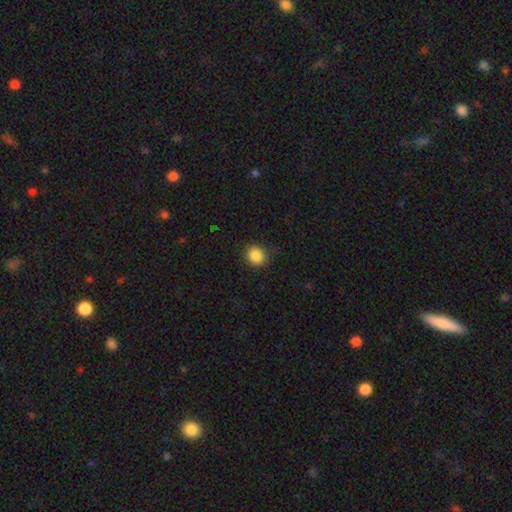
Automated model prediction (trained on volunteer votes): Smooth or featured? Predicted: smooth (p=0.87). How rounded? Predicted: round (p=0.84). Merging? Predicted: none (p=0.88).